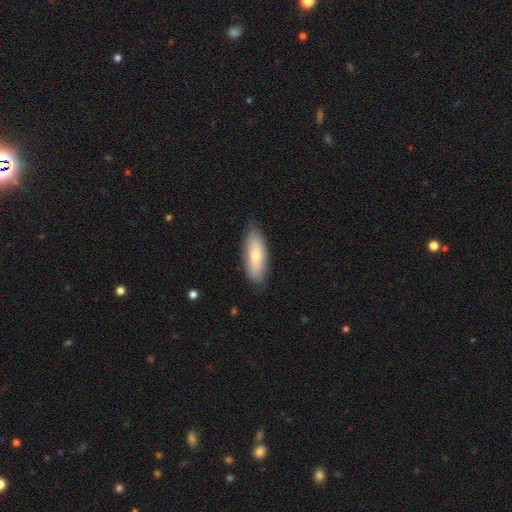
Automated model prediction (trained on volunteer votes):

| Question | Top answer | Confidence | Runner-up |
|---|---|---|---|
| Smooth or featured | smooth | 67% | featured or disk (27%) |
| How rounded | in between | 76% | cigar-shaped (21%) |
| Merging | none | 79% | minor disturbance (17%) |